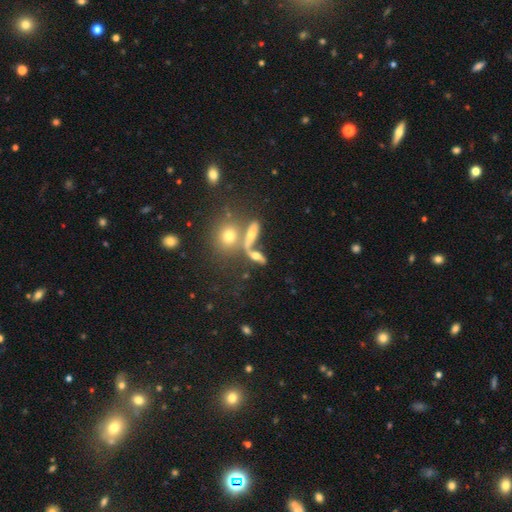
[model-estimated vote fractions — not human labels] A smooth galaxy with no disk features (48%).

Vote fractions:
- Smooth or featured? smooth: 48% / featured or disk: 38% / star or artifact: 15%
- Merging? none: 41% / merger: 38% / minor disturbance: 12% / major disturbance: 9%